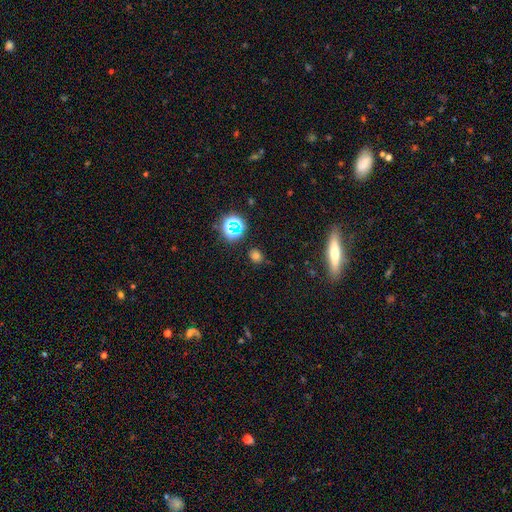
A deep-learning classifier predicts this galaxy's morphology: smooth_or_featured: smooth (p=0.67) [alt: star or artifact p=0.27]
how_rounded: round (p=0.68) [alt: in between p=0.31]
merging: none (p=0.81) [alt: minor disturbance p=0.12]